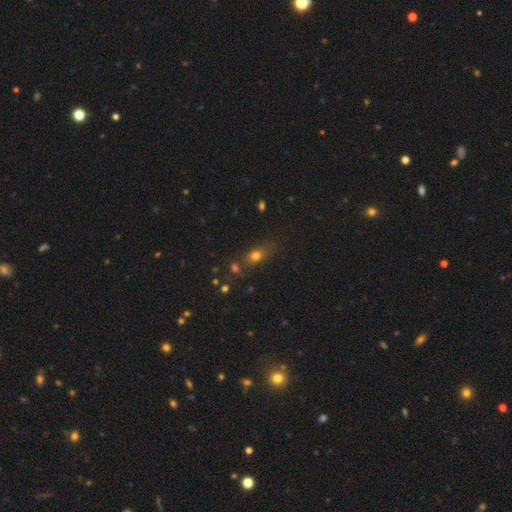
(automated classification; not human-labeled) Smooth or featured: smooth — 71% (star or artifact — 18%)
How rounded: in between — 59% (round — 32%)
Merging: none — 63% (minor disturbance — 18%)